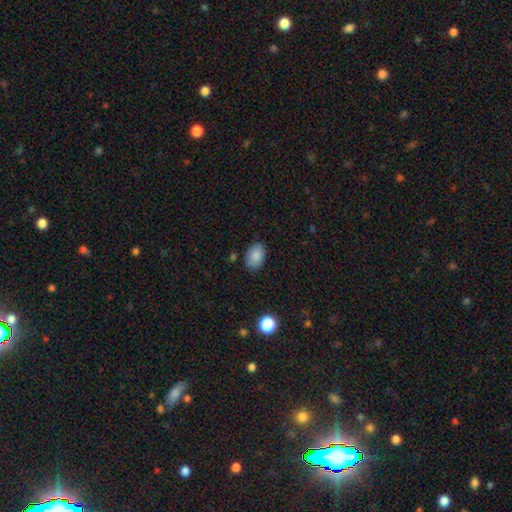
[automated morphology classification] smooth 87%, star or artifact 8%, featured or disk 5%. Down the decision tree: how rounded — in between (85%); merging — none (82%).